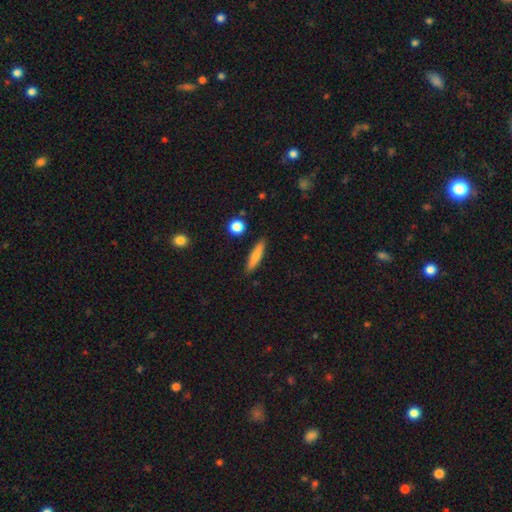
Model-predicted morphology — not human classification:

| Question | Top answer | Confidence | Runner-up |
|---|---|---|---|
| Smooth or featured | smooth | 75% | featured or disk (18%) |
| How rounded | cigar-shaped | 81% | in between (17%) |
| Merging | none | 87% | minor disturbance (9%) |